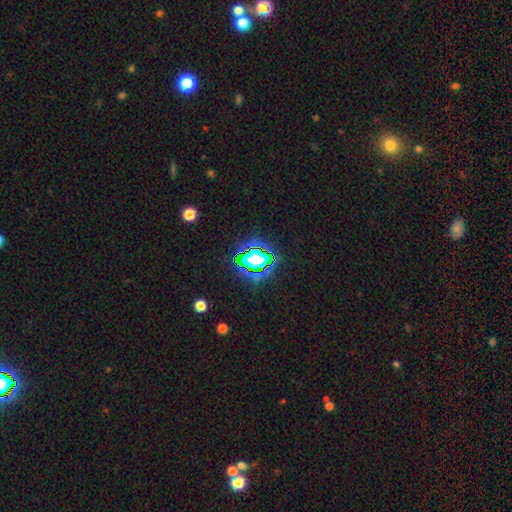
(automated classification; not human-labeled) Smooth or featured: star or artifact — 69% (smooth — 20%)